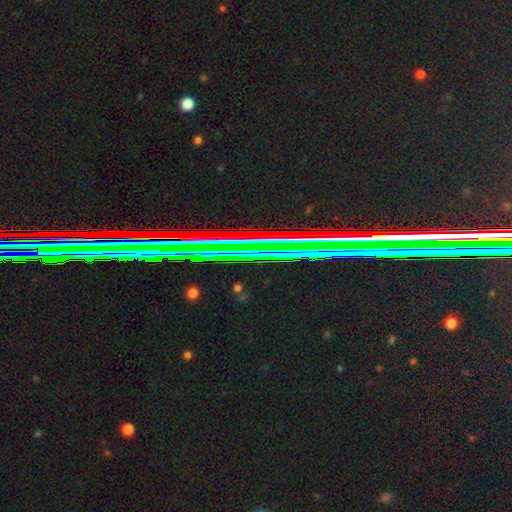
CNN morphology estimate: Smooth or featured? star or artifact (80%)